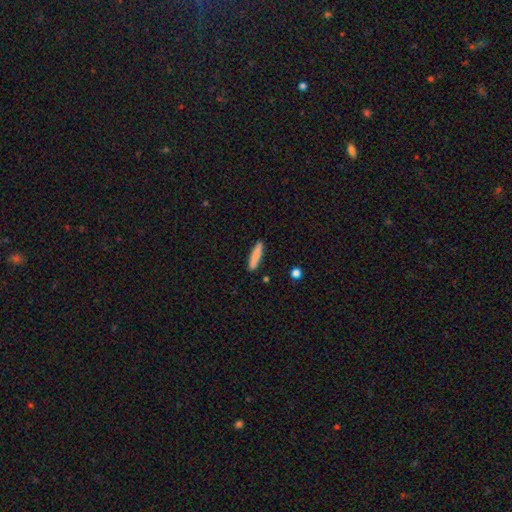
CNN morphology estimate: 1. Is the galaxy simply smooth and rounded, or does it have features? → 83% smooth, 11% featured or disk, 6% star or artifact.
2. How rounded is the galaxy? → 88% cigar-shaped, 11% in between, 1% round.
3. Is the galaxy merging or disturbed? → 88% none, 8% minor disturbance, 2% merger, 2% major disturbance.